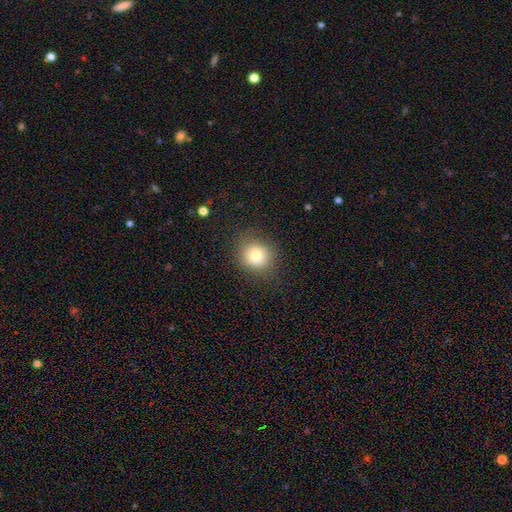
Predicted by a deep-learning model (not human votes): Smooth or featured: smooth — 77% (star or artifact — 12%)
How rounded: round — 84% (in between — 15%)
Merging: none — 83% (minor disturbance — 11%)